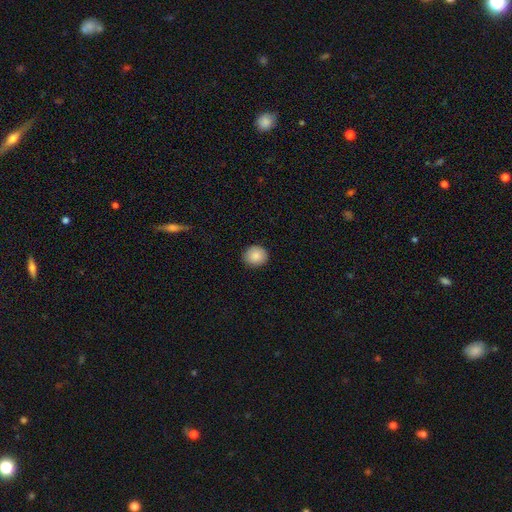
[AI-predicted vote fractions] smooth_or_featured: smooth (p=0.87) [alt: star or artifact p=0.08]
how_rounded: round (p=0.80) [alt: in between p=0.19]
merging: none (p=0.90) [alt: minor disturbance p=0.08]